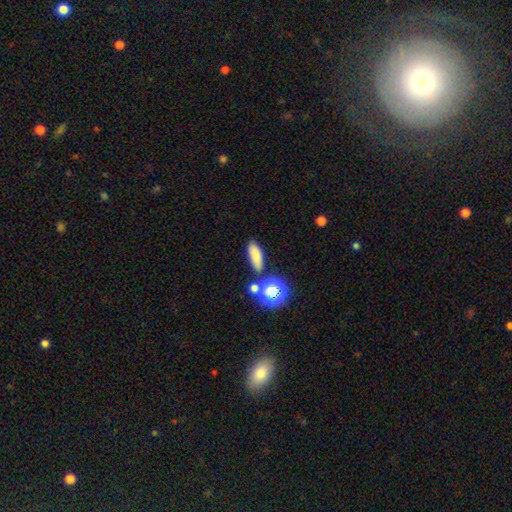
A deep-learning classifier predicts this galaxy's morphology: This is likely a smooth galaxy (78%). How rounded: likely in between (62%). Merging: likely none (77%).